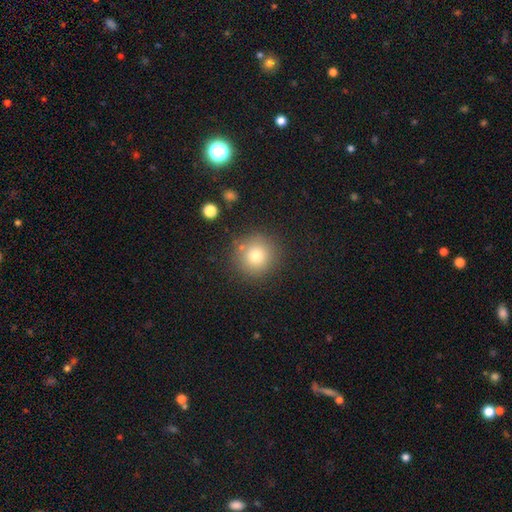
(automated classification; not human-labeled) smooth-or-featured: smooth: 77% | star or artifact: 13% | featured or disk: 11%
  how-rounded: round: 94% | in between: 5% | cigar-shaped: 1%
  merging: none: 83% | minor disturbance: 9% | merger: 4% | major disturbance: 4%